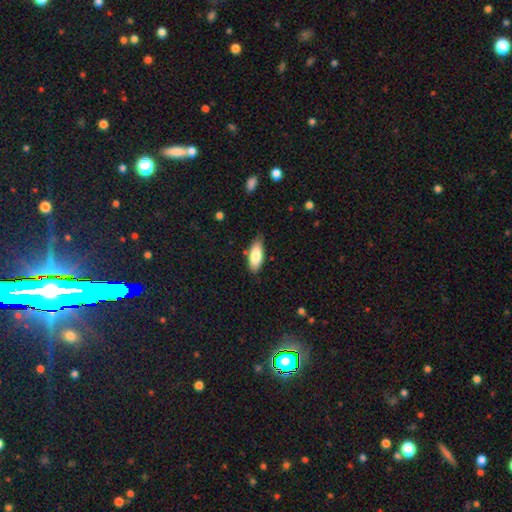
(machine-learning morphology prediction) Smooth or featured?
  - smooth: 80% *
  - featured or disk: 14%
  - star or artifact: 6%
How rounded?
  - in between: 82% *
  - cigar-shaped: 16%
  - round: 2%
Merging?
  - none: 75% *
  - minor disturbance: 20%
  - major disturbance: 3%
  - merger: 2%